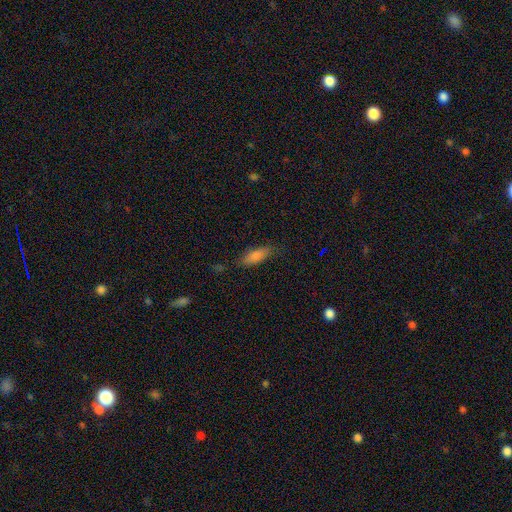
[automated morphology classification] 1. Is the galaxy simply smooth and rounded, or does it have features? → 74% smooth, 16% featured or disk, 10% star or artifact.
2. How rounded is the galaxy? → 55% in between, 42% cigar-shaped, 2% round.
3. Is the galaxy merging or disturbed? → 78% none, 16% minor disturbance, 4% major disturbance, 2% merger.